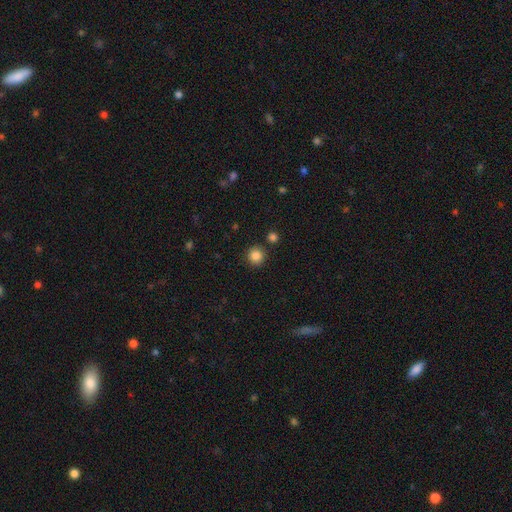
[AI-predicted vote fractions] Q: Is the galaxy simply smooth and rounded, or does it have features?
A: smooth — 86%.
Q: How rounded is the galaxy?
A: round — 93%.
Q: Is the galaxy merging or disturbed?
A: none — 86%.